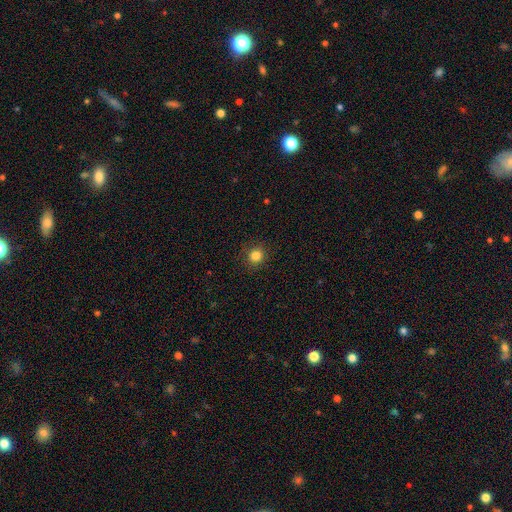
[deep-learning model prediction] Smooth or featured? smooth (83%)
How rounded? round (90%)
Merging? none (90%)